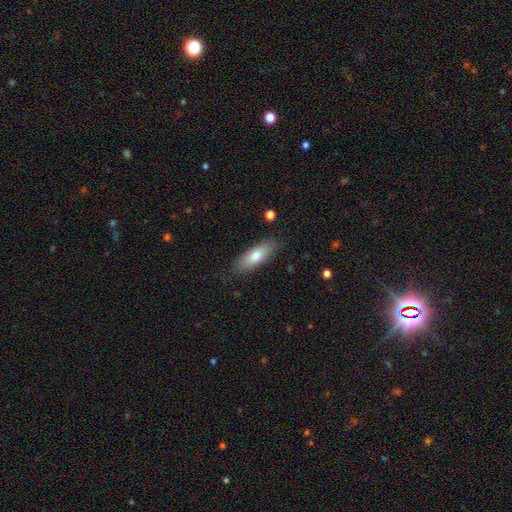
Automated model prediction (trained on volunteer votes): Smooth or featured: smooth — 75% (featured or disk — 18%)
How rounded: in between — 61% (cigar-shaped — 37%)
Merging: none — 83% (minor disturbance — 13%)